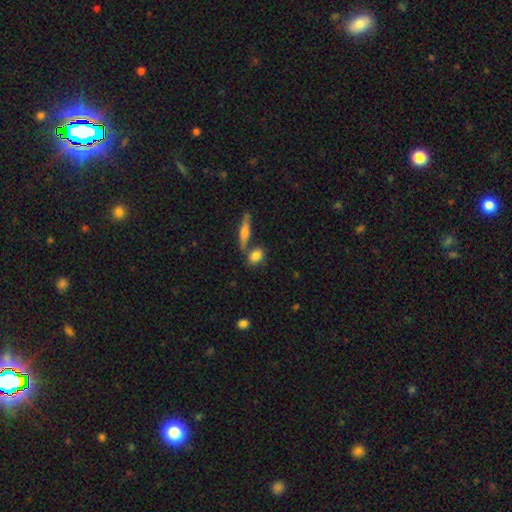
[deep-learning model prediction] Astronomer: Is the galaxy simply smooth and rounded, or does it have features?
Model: smooth — 79%.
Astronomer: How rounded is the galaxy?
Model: in between — 68%.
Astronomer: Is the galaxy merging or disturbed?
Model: none — 60%.